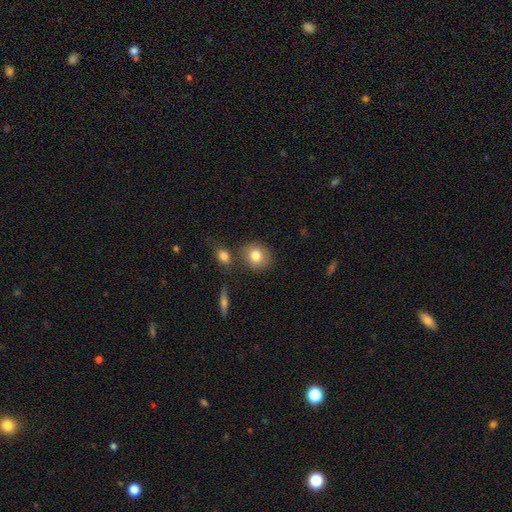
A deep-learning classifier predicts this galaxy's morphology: Smooth or featured? smooth (80%)
How rounded? round (76%)
Merging? none (78%)